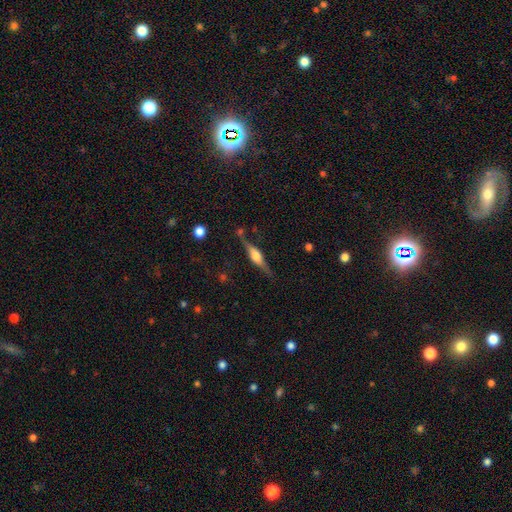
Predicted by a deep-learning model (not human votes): featured or disk 79%, smooth 15%, star or artifact 7%. Down the decision tree: edge-on disk — yes (97%); edge-on bulge — rounded (87%); merging — none (82%).